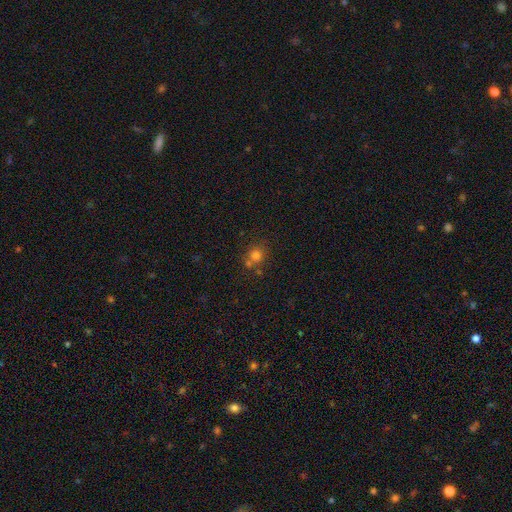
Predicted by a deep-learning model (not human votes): This is likely a smooth galaxy (74%). How rounded: clearly round (83%). Merging: possibly none (60%).